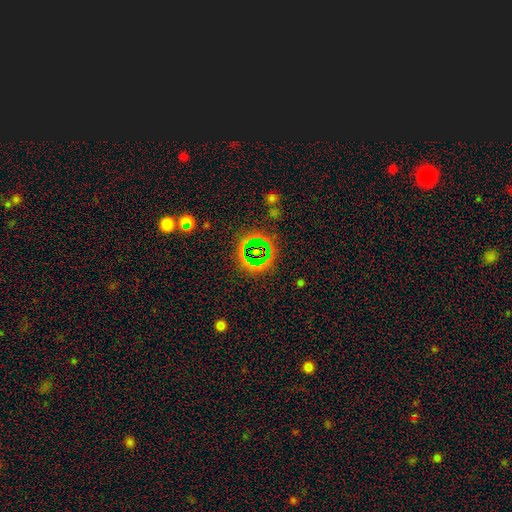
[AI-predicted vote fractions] Smooth or featured? star or artifact (70%)